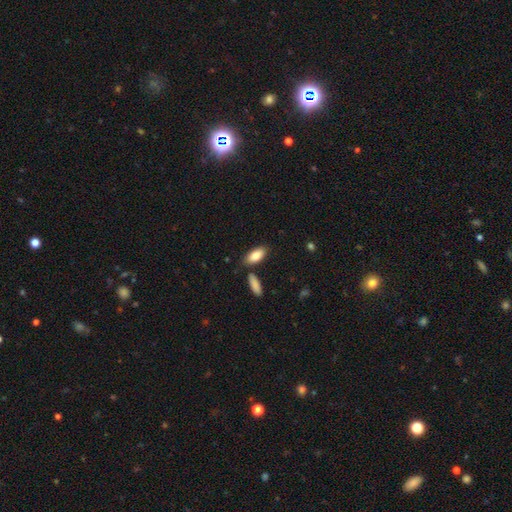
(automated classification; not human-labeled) Smooth or featured? Predicted: smooth (p=0.85). How rounded? Predicted: in between (p=0.87). Merging? Predicted: none (p=0.78).